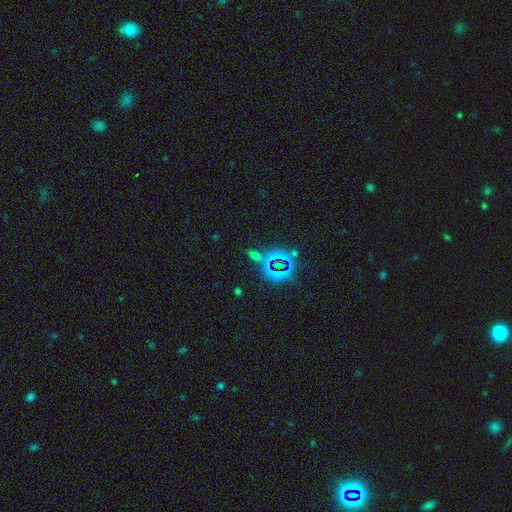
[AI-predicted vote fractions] Q: Smooth or featured?
A: star or artifact (55%); runner-up: smooth (33%)